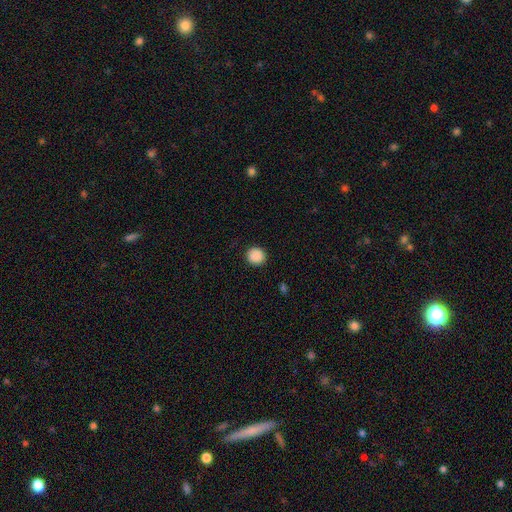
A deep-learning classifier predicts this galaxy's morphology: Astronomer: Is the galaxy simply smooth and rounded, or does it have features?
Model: smooth — 89%.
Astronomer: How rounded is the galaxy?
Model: round — 92%.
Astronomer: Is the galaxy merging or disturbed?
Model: none — 92%.